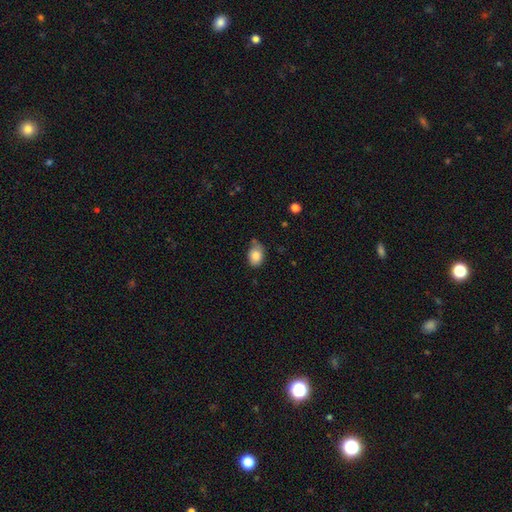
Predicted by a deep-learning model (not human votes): This is clearly a smooth galaxy (85%). How rounded: likely in between (77%). Merging: likely none (60%).